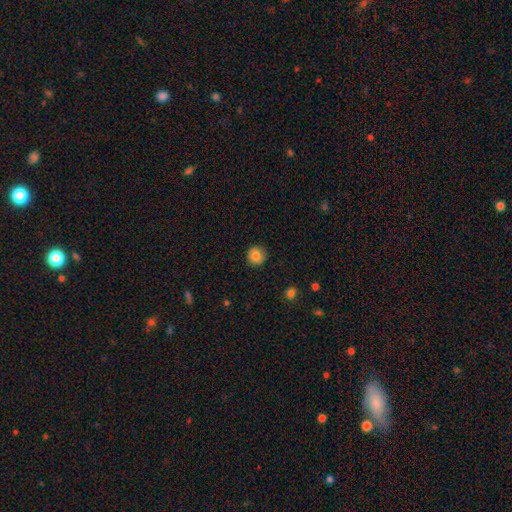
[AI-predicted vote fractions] Smooth or featured: smooth — 85% (star or artifact — 9%)
How rounded: round — 94% (in between — 6%)
Merging: none — 89% (minor disturbance — 8%)